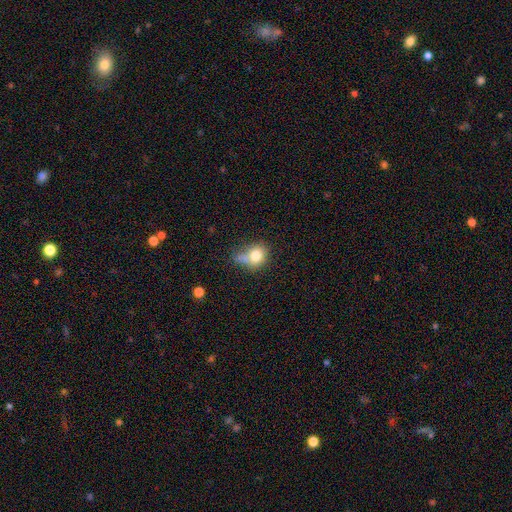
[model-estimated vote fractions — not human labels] A smooth galaxy with no disk features (77%) that is round (61%). Merging: none (39%).